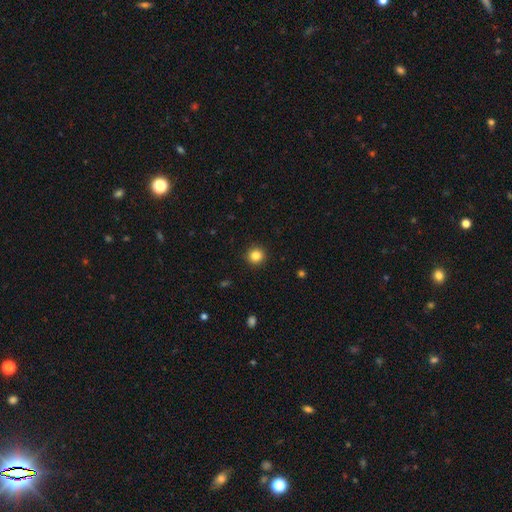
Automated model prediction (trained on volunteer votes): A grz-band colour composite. It shows a smooth galaxy with no disk features (84%) that is round (94%). Merging: none (92%).